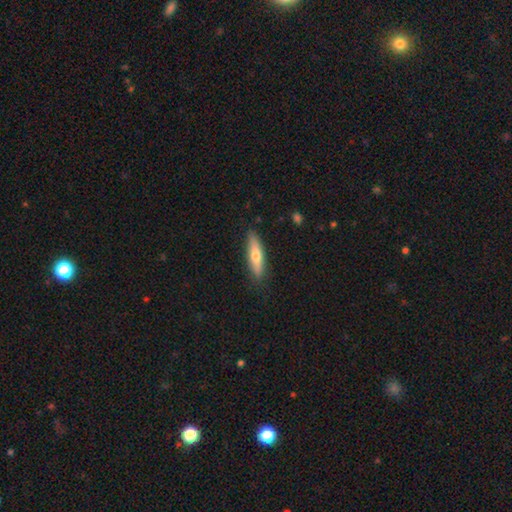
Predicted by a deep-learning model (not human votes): smooth_or_featured: smooth (p=0.61) [alt: featured or disk p=0.33]
how_rounded: cigar-shaped (p=0.73) [alt: in between p=0.25]
merging: none (p=0.87) [alt: minor disturbance p=0.10]